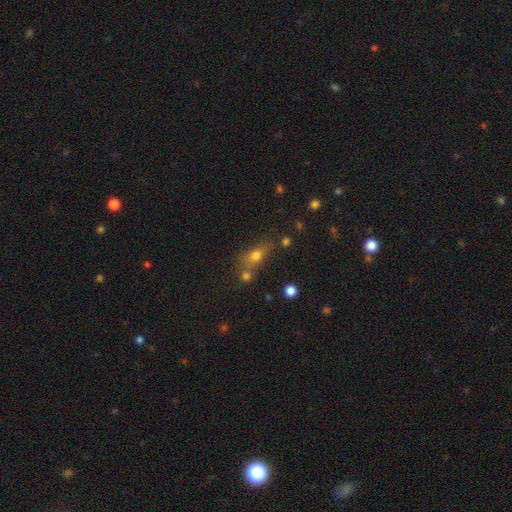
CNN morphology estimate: type=smooth (65%); roundness=in between (55%); merging=none (53%).